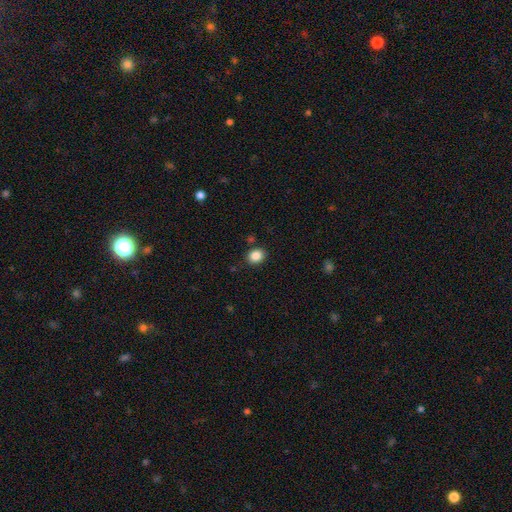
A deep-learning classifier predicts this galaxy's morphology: Smooth or featured: smooth — 86% (star or artifact — 10%)
How rounded: round — 58% (in between — 42%)
Merging: none — 87% (minor disturbance — 8%)